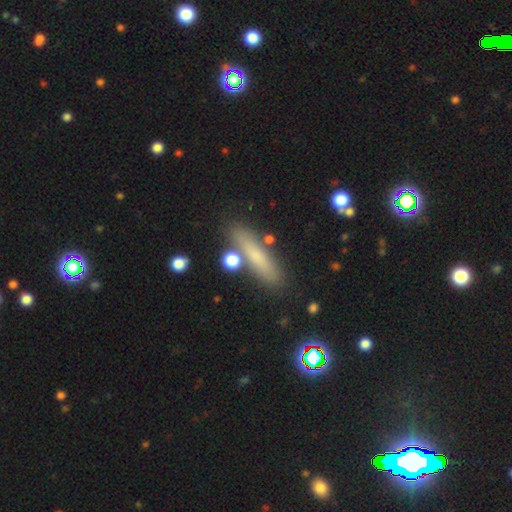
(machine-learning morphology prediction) type=smooth (69%); roundness=cigar-shaped (81%); merging=none (80%).